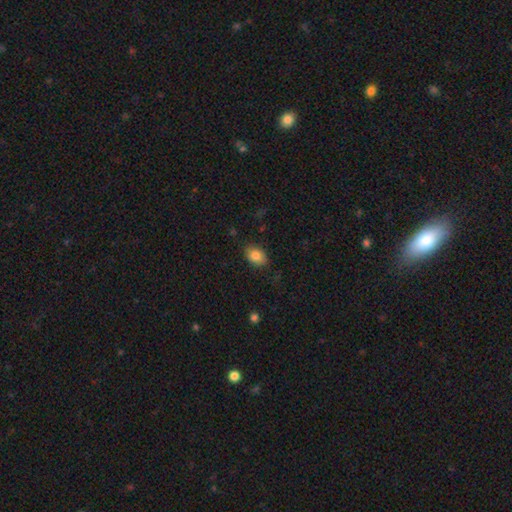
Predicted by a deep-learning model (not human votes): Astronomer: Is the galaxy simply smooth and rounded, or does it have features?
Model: smooth — 84%.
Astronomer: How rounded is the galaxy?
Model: in between — 76%.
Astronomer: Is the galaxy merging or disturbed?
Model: none — 84%.